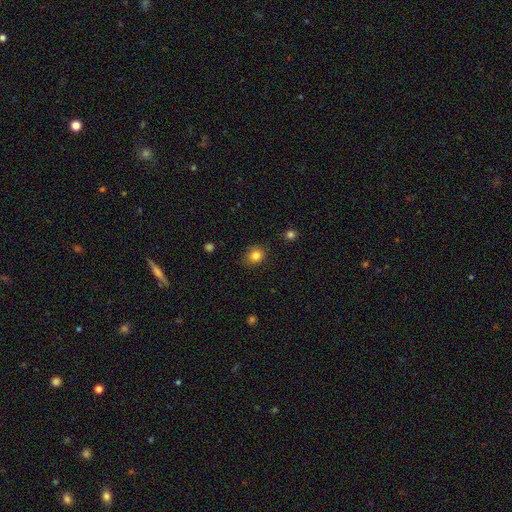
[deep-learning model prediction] Smooth or featured: smooth — 82% (star or artifact — 11%)
How rounded: round — 63% (in between — 36%)
Merging: none — 82% (minor disturbance — 14%)